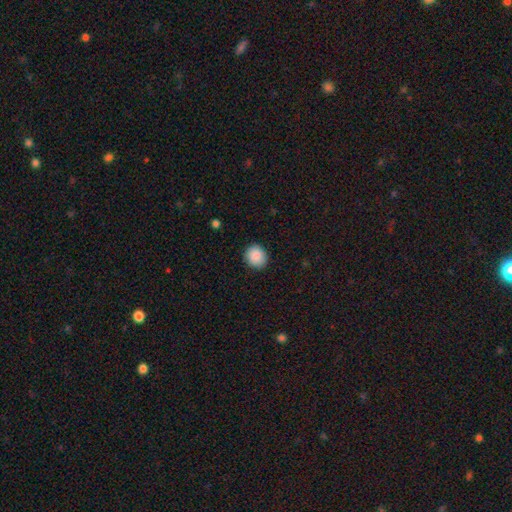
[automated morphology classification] Smooth or featured? smooth (89%)
How rounded? round (85%)
Merging? none (90%)